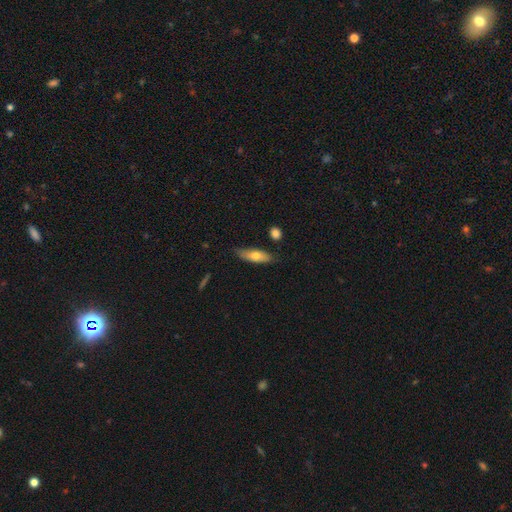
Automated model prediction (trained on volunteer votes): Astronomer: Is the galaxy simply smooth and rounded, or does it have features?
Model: smooth — 65%.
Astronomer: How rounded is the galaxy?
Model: in between — 54% (runner-up: cigar-shaped, 43%).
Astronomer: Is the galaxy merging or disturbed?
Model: none — 77%.